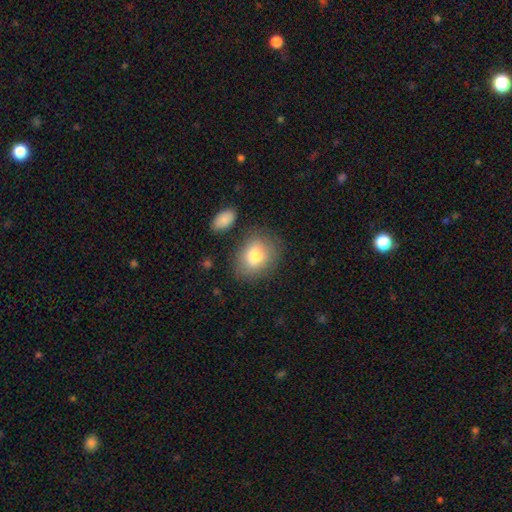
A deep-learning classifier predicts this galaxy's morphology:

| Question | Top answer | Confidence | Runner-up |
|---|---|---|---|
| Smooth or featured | smooth | 78% | featured or disk (13%) |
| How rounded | in between | 54% | round (45%) |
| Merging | none | 76% | minor disturbance (15%) |